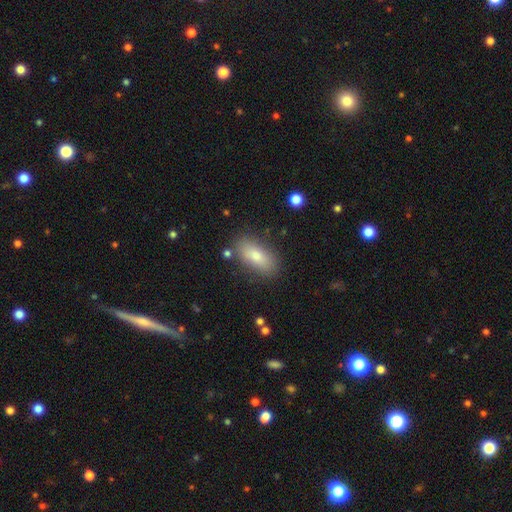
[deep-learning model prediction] This is likely a smooth galaxy (77%). How rounded: clearly in between (85%). Merging: clearly none (83%).